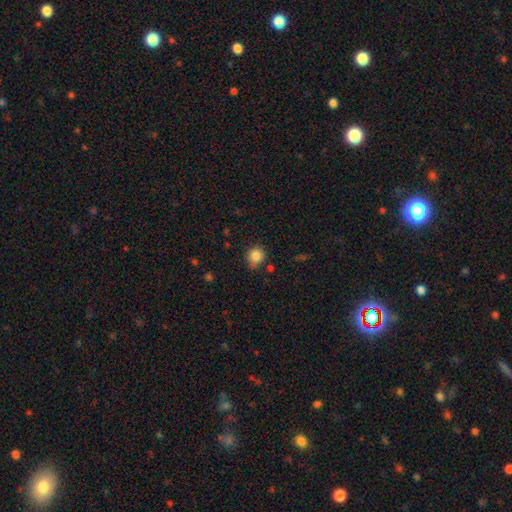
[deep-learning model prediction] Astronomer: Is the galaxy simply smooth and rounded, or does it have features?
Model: smooth — 85%.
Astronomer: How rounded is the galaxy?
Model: round — 84%.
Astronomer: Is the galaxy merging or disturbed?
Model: none — 73%.